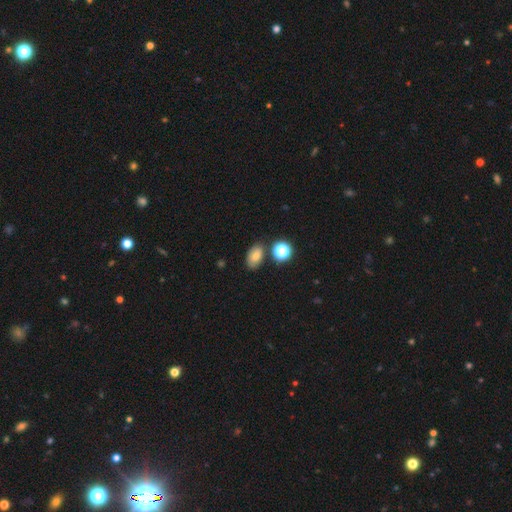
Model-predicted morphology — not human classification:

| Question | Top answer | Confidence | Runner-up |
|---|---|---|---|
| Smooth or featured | smooth | 74% | star or artifact (14%) |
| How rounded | in between | 85% | round (14%) |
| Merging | none | 75% | minor disturbance (14%) |